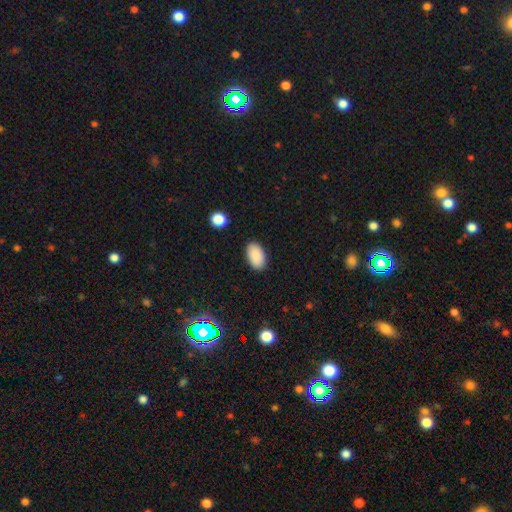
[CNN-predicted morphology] A smooth galaxy with no disk features (89%) that is in between round and cigar-shaped (94%).

Vote fractions:
- Smooth or featured? smooth: 89% / star or artifact: 7% / featured or disk: 4%
- How rounded? in between: 94% / round: 4% / cigar-shaped: 1%
- Merging? none: 89% / minor disturbance: 8% / major disturbance: 2% / merger: 1%